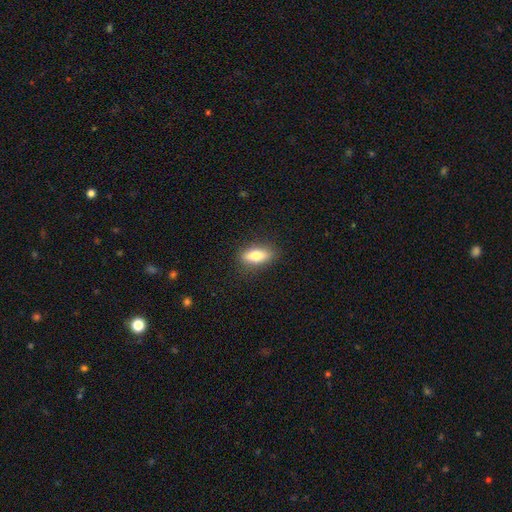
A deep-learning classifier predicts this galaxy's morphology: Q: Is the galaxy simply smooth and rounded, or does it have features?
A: smooth — 77%.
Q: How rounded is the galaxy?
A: in between — 77%.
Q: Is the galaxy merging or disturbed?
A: none — 86%.